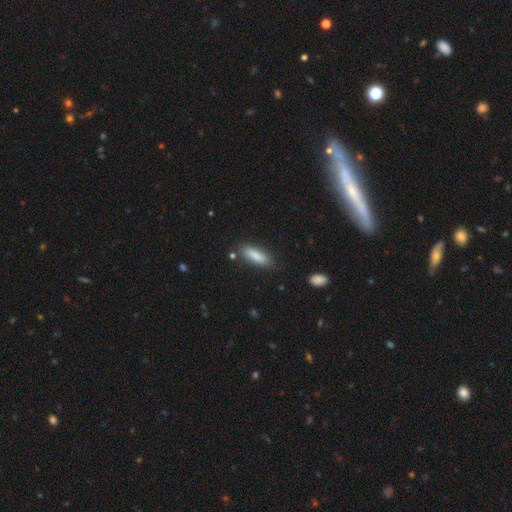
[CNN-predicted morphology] smooth-or-featured: smooth: 85% | featured or disk: 9% | star or artifact: 6%
  how-rounded: in between: 51% | cigar-shaped: 47% | round: 2%
  merging: none: 82% | minor disturbance: 12% | major disturbance: 3% | merger: 3%